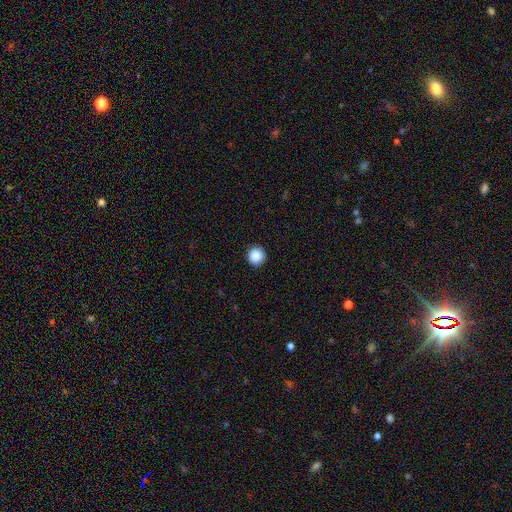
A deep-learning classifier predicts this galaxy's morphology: This is clearly a smooth galaxy (89%). How rounded: clearly round (95%). Merging: clearly none (93%).